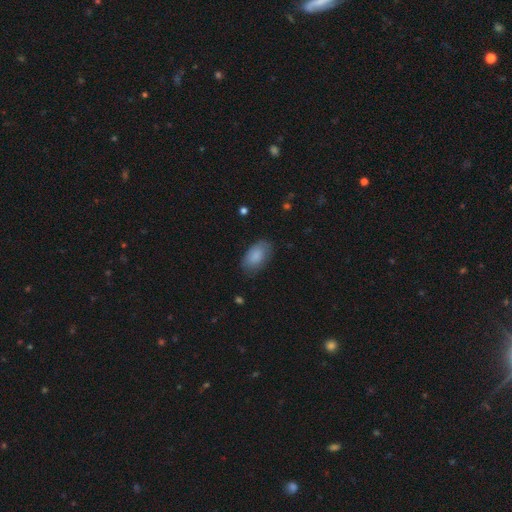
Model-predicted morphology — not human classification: smooth-or-featured: smooth: 85% | featured or disk: 9% | star or artifact: 6%
  how-rounded: in between: 94% | round: 4% | cigar-shaped: 2%
  merging: none: 74% | minor disturbance: 20% | major disturbance: 5% | merger: 1%